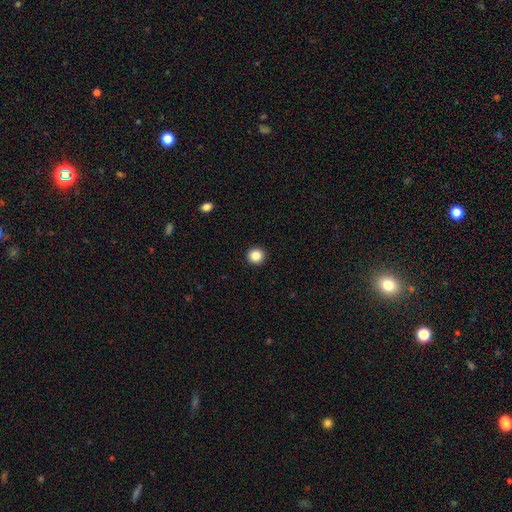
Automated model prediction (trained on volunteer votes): Smooth or featured? smooth (86%)
How rounded? round (95%)
Merging? none (94%)